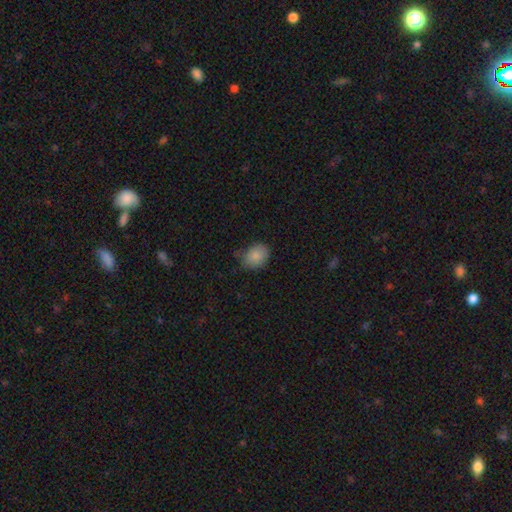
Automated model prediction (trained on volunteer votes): smooth 86%, star or artifact 8%, featured or disk 6%. Down the decision tree: how rounded — in between (68%); merging — none (69%).